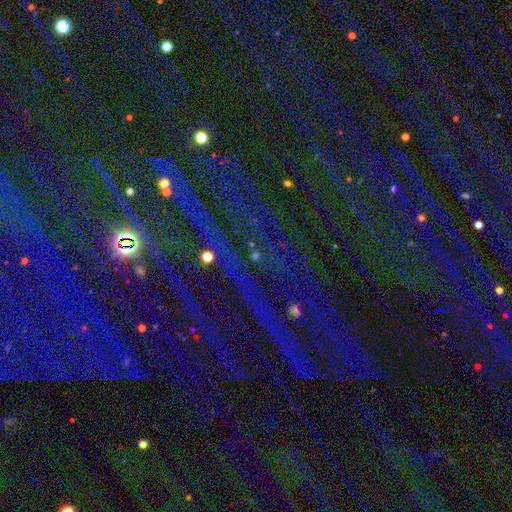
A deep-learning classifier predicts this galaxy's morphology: Smooth or featured: star or artifact — 80% (smooth — 10%)